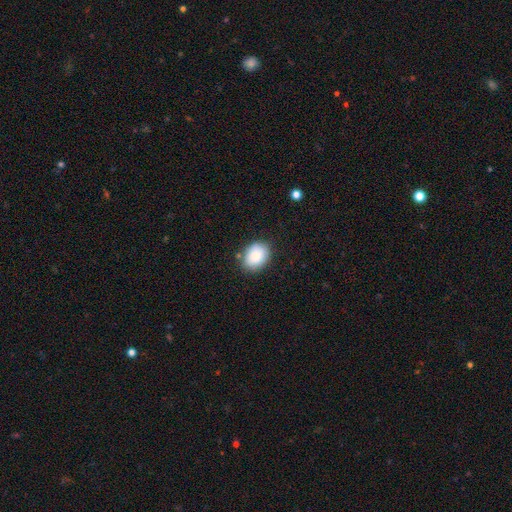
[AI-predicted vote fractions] Morphology: type=smooth (86%); roundness=in between (66%); merging=none (81%).